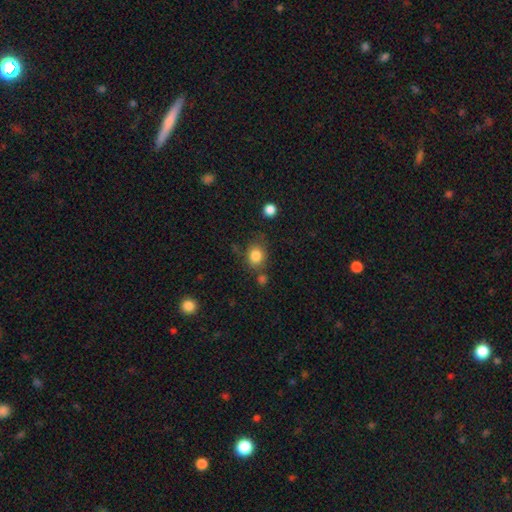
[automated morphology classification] A smooth galaxy with no disk features (84%) that is round (58%). Merging: none (70%).